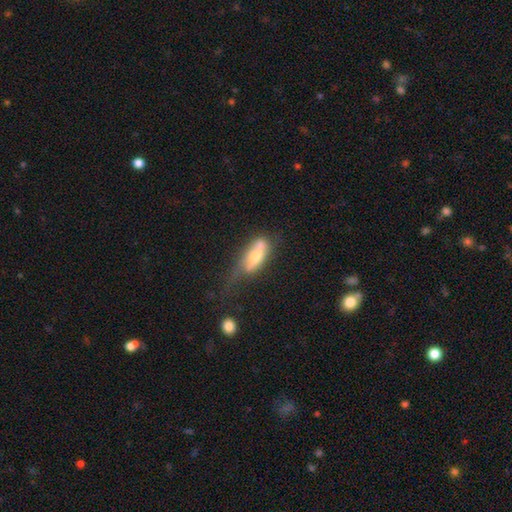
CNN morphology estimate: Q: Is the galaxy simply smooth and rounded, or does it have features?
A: featured or disk — 48%.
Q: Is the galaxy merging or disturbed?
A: none — 31%, tied with minor disturbance.